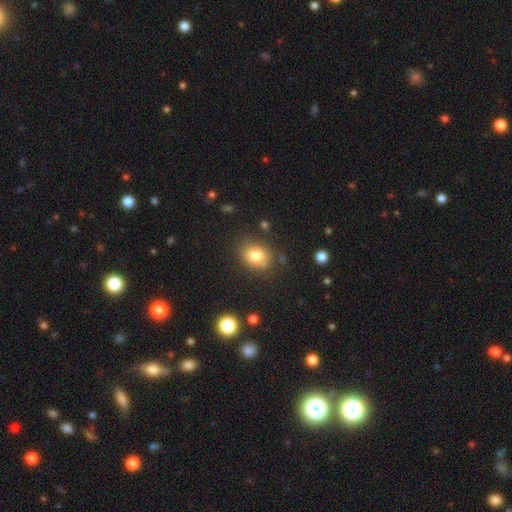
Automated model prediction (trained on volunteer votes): smooth-or-featured: smooth: 79% | star or artifact: 12% | featured or disk: 9%
  how-rounded: round: 59% | in between: 40% | cigar-shaped: 1%
  merging: none: 77% | minor disturbance: 14% | merger: 5% | major disturbance: 4%